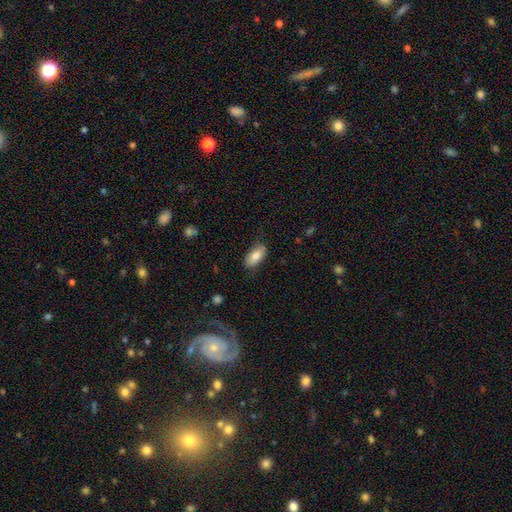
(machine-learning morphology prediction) Smooth or featured?
  - smooth: 82% *
  - featured or disk: 11%
  - star or artifact: 7%
How rounded?
  - in between: 91% *
  - cigar-shaped: 6%
  - round: 3%
Merging?
  - none: 81% *
  - minor disturbance: 15%
  - major disturbance: 3%
  - merger: 1%